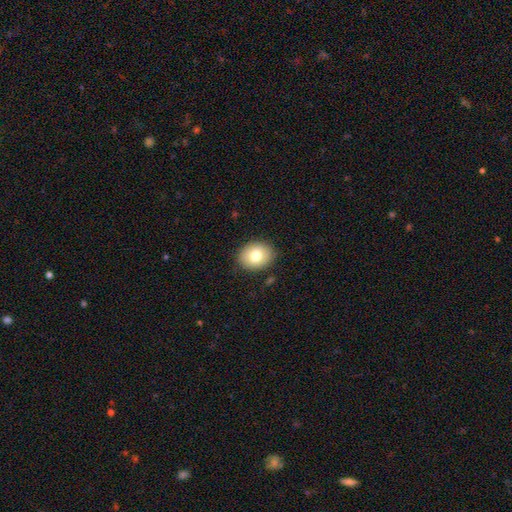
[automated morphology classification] A smooth galaxy with no disk features (77%) that is round (57%). Merging: none (87%).